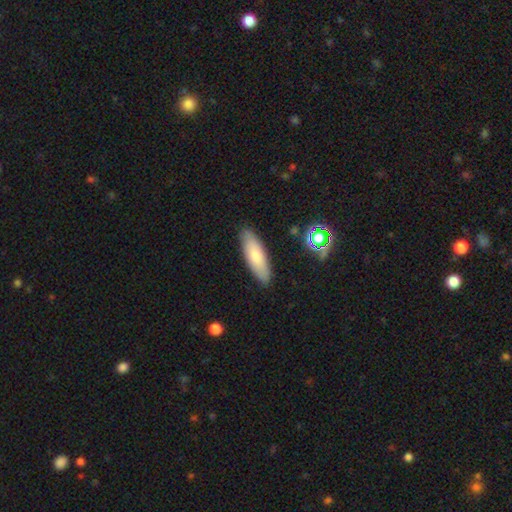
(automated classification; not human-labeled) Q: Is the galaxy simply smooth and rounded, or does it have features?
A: smooth — 72%.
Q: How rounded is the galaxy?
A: in between — 55%.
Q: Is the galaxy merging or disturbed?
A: none — 87%.